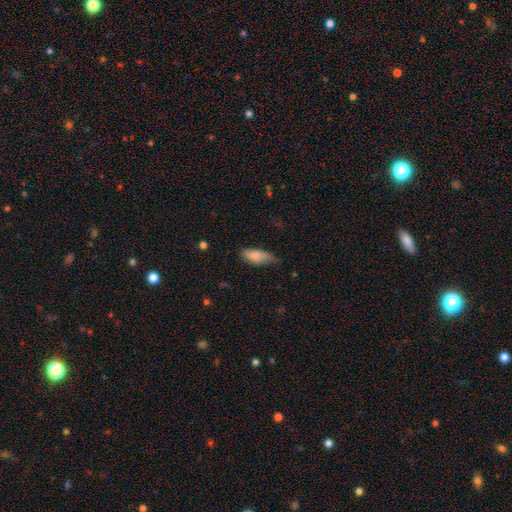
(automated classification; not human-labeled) smooth 84%, featured or disk 9%, star or artifact 7%. Down the decision tree: how rounded — in between (82%); merging — none (48%).